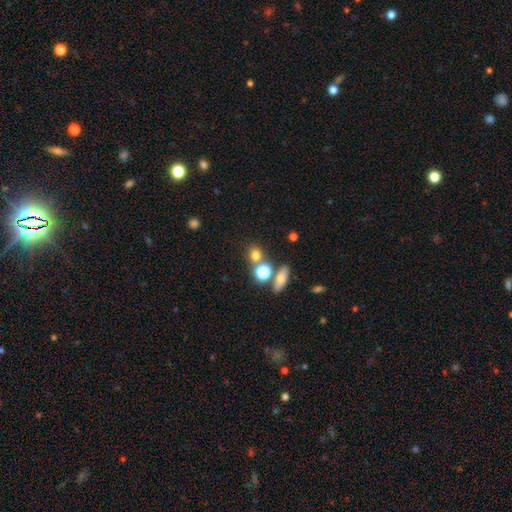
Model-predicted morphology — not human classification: Smooth or featured?
  - smooth: 73% *
  - star or artifact: 17%
  - featured or disk: 10%
How rounded?
  - round: 77% *
  - in between: 21%
  - cigar-shaped: 2%
Merging?
  - none: 63% *
  - merger: 24%
  - minor disturbance: 9%
  - major disturbance: 4%